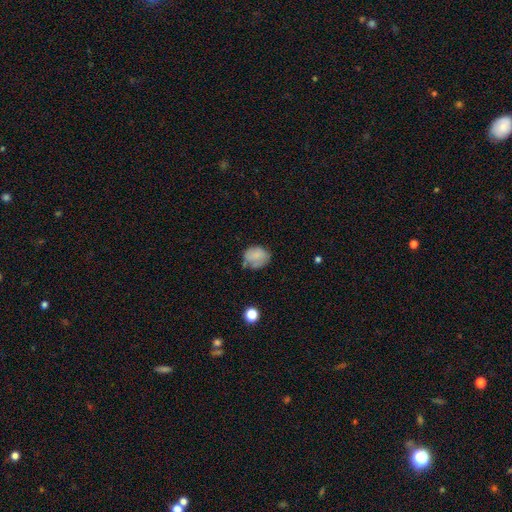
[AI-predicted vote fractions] Overall: smooth (76%). How rounded: round (54%; in between 45%). Merging: none (56%; minor disturbance 29%).